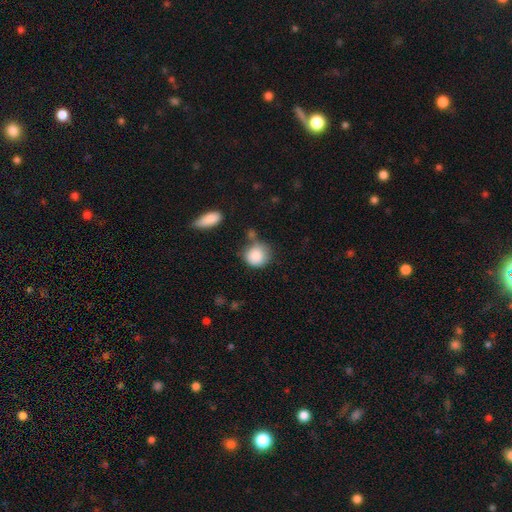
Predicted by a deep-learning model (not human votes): Overall: smooth (87%). How rounded: round (84%). Merging: none (58%; minor disturbance 22%).